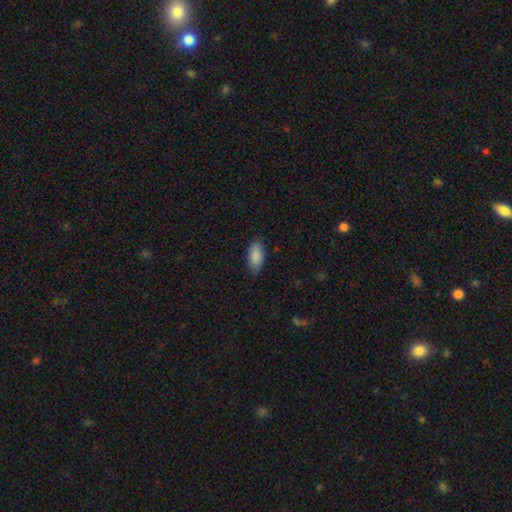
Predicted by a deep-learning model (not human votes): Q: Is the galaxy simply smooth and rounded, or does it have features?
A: smooth — 89%.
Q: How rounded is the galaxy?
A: in between — 92%.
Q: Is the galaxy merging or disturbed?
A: none — 82%.